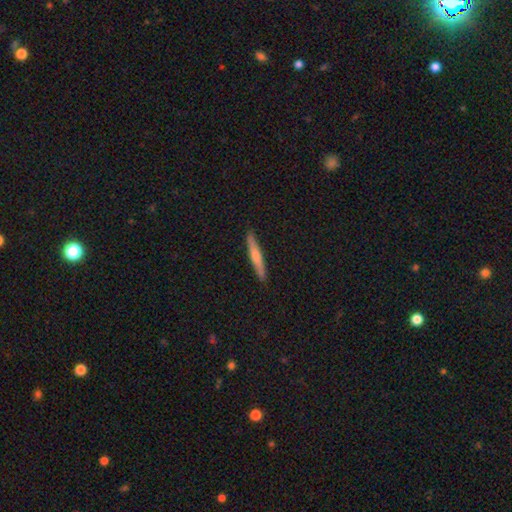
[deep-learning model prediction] Smooth or featured? Predicted: smooth (p=0.54). How rounded? Predicted: cigar-shaped (p=0.94). Merging? Predicted: none (p=0.91).